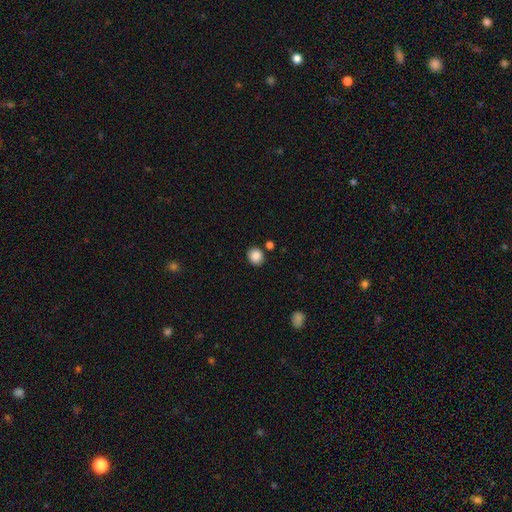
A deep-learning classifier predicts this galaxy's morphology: Smooth or featured? Predicted: smooth (p=0.87). How rounded? Predicted: round (p=0.81). Merging? Predicted: none (p=0.83).